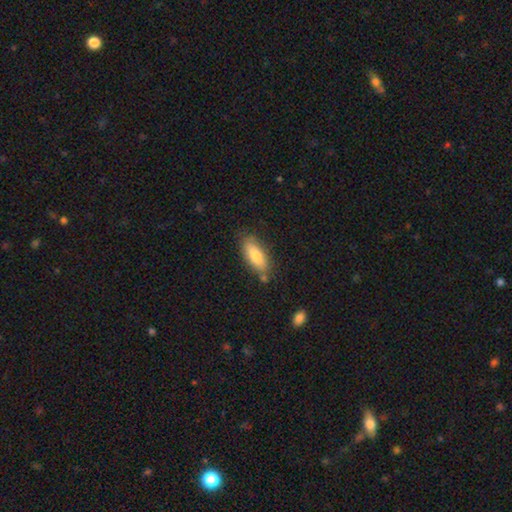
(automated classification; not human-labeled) Smooth or featured? smooth (78%)
How rounded? in between (75%)
Merging? none (75%)